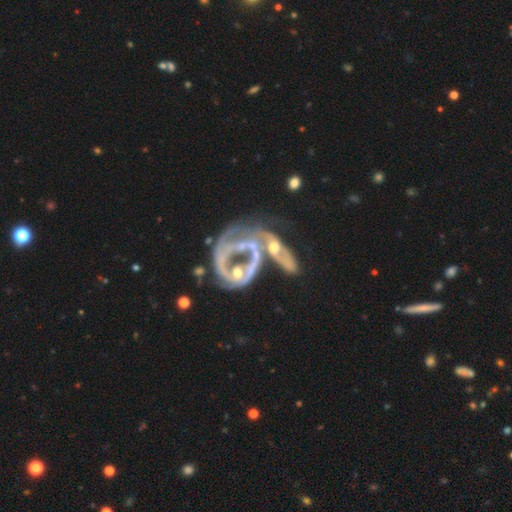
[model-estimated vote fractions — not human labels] featured or disk 74%, smooth 14%, star or artifact 12%. Down the decision tree: edge-on disk — no (97%); bar — no (75%); spiral arms — no (57%); bulge size — moderate (36%); merging — merger (56%).